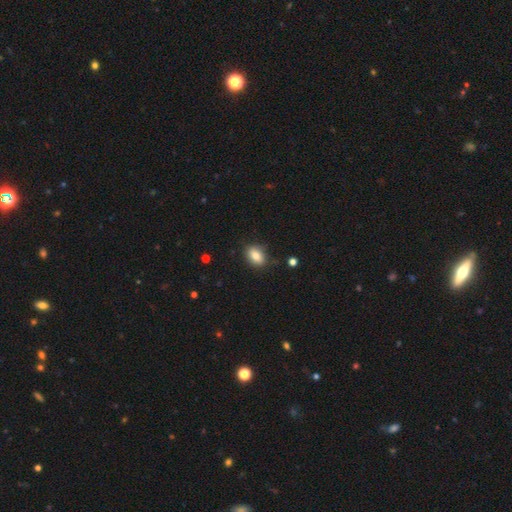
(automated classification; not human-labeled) This appears to be a smooth galaxy with no disk features (81%) that is in between round and cigar-shaped (80%). Merging: none (80%).